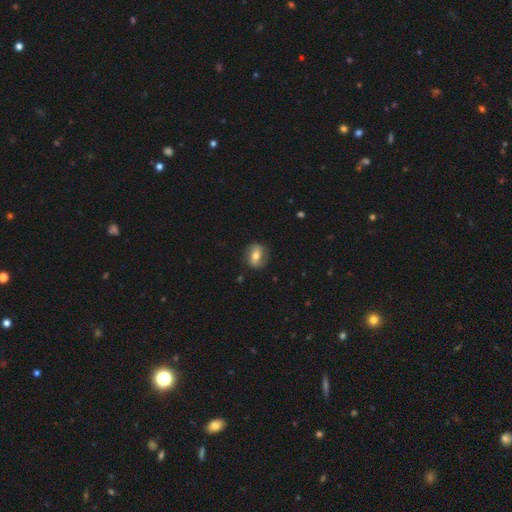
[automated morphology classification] Smooth or featured? Predicted: smooth (p=0.49). Merging? Predicted: none (p=0.78).